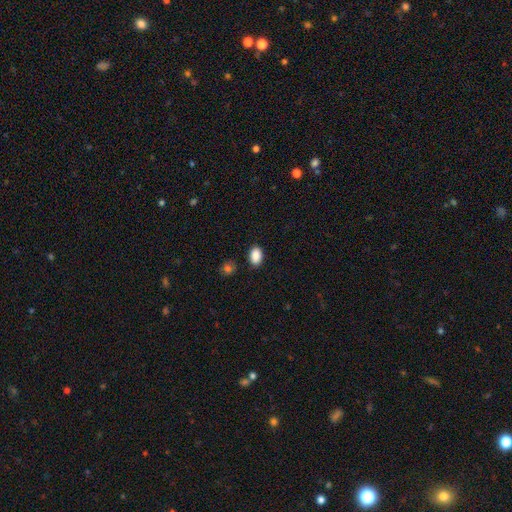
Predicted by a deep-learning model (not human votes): smooth 89%, star or artifact 8%, featured or disk 3%. Down the decision tree: how rounded — in between (87%); merging — none (86%).